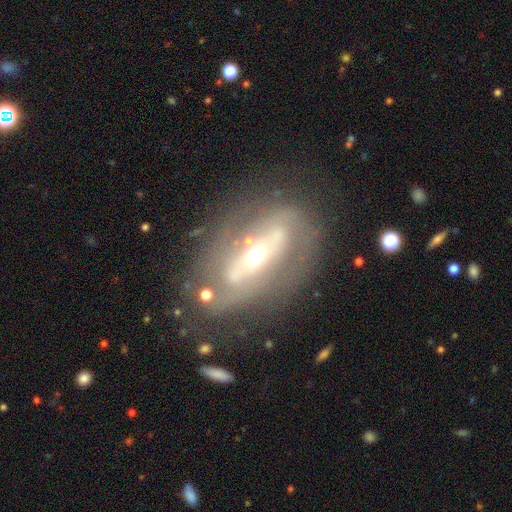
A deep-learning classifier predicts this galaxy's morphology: Smooth or featured? featured or disk (78%)
Edge-on disk? no (88%)
Bar? strong (41%)
Spiral arms? yes (59%)
Bulge size? moderate (57%)
Merging? none (67%)